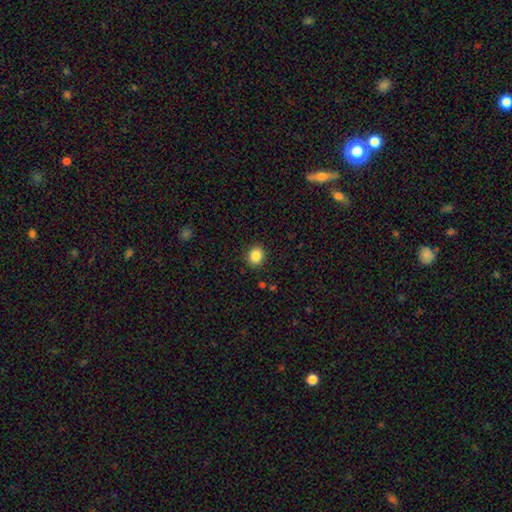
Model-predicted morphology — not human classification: Smooth or featured?
  - smooth: 86% *
  - star or artifact: 10%
  - featured or disk: 4%
How rounded?
  - round: 72% *
  - in between: 27%
  - cigar-shaped: 1%
Merging?
  - none: 90% *
  - minor disturbance: 7%
  - major disturbance: 2%
  - merger: 1%